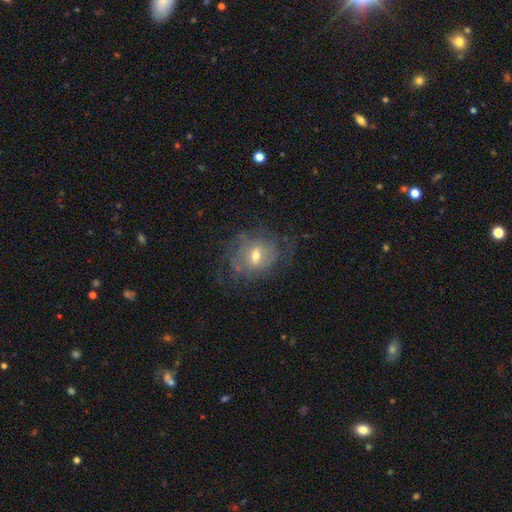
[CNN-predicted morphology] featured or disk 56%, smooth 34%, star or artifact 10%. Down the decision tree: edge-on disk — no (95%); bar — weak (47%); spiral arms — yes (53%); bulge size — moderate (62%); merging — none (55%).